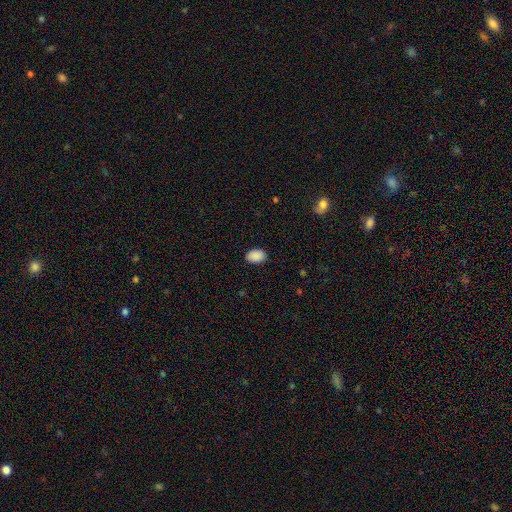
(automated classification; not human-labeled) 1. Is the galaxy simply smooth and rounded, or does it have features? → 90% smooth, 7% star or artifact, 3% featured or disk.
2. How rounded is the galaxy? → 86% in between, 13% round, 1% cigar-shaped.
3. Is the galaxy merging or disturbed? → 87% none, 10% minor disturbance, 2% major disturbance, 1% merger.